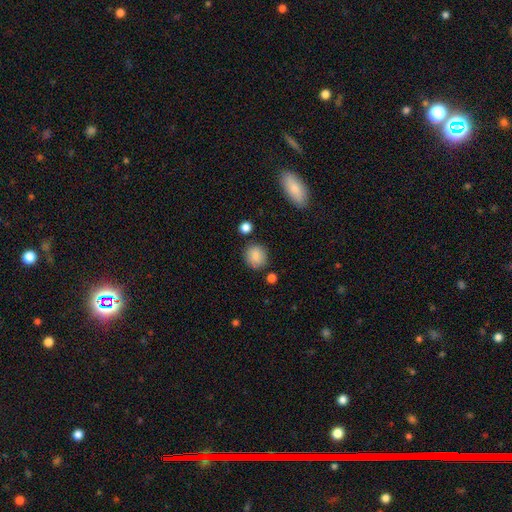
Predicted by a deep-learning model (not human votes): smooth-or-featured: smooth: 86% | star or artifact: 8% | featured or disk: 6%
  how-rounded: round: 85% | in between: 14% | cigar-shaped: 1%
  merging: none: 83% | minor disturbance: 10% | merger: 4% | major disturbance: 3%